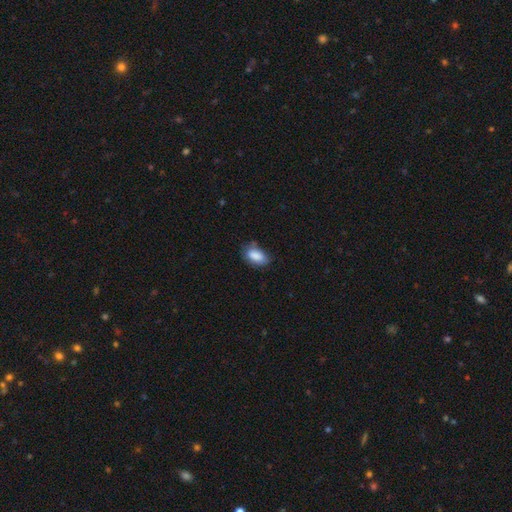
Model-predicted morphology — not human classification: Smooth or featured: smooth — 86% (star or artifact — 8%)
How rounded: in between — 92% (round — 6%)
Merging: none — 62% (minor disturbance — 29%)